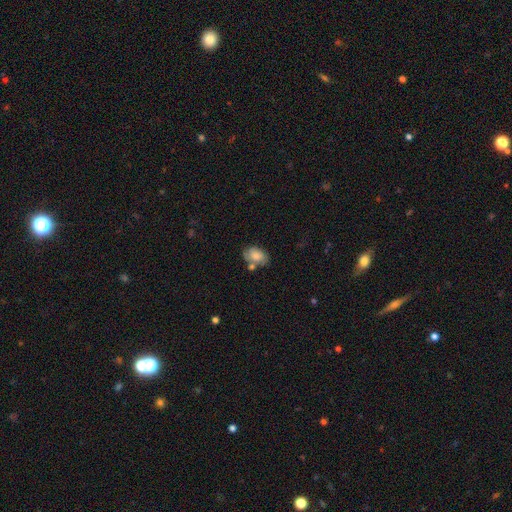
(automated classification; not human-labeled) A smooth galaxy with no disk features (79%) that is in between round and cigar-shaped (85%).

Vote fractions:
- Smooth or featured? smooth: 79% / featured or disk: 13% / star or artifact: 8%
- How rounded? in between: 85% / round: 13% / cigar-shaped: 1%
- Merging? none: 55% / minor disturbance: 21% / merger: 18% / major disturbance: 6%